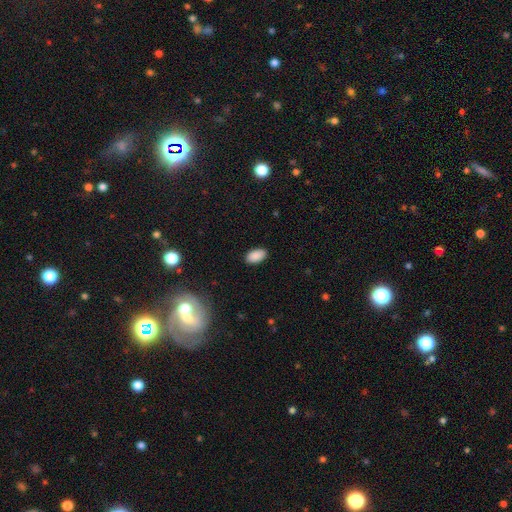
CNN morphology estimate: A smooth galaxy with no disk features (89%) that is in between round and cigar-shaped (95%). Merging: none (88%).